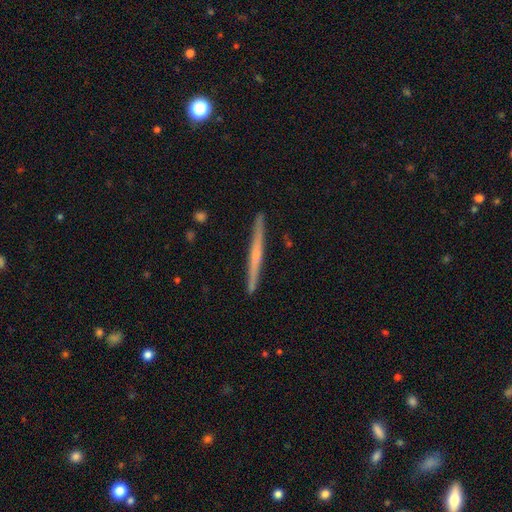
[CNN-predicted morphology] A featured or disk galaxy (59%) viewed edge-on (98%) with no central bulge (65%). Merging: none (92%).